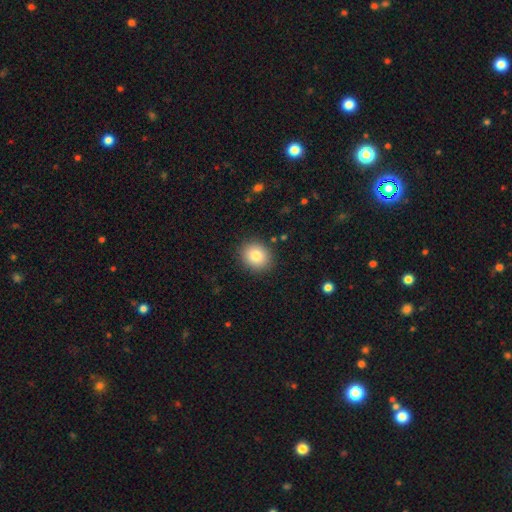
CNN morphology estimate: smooth_or_featured: smooth (p=0.83) [alt: star or artifact p=0.09]
how_rounded: round (p=0.71) [alt: in between p=0.28]
merging: none (p=0.89) [alt: minor disturbance p=0.08]